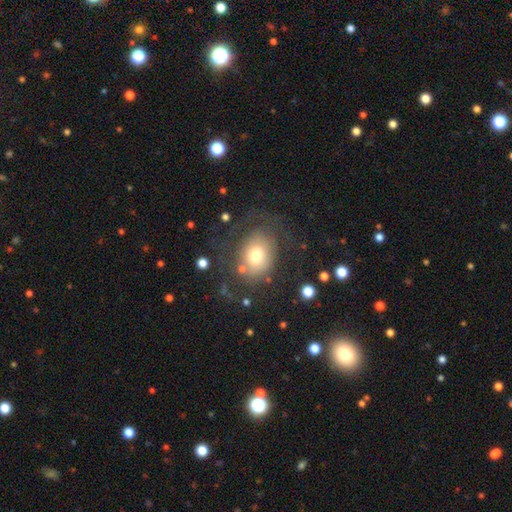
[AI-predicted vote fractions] A smooth galaxy with no disk features (57%) that is in between round and cigar-shaped (52%). Merging: none (59%).